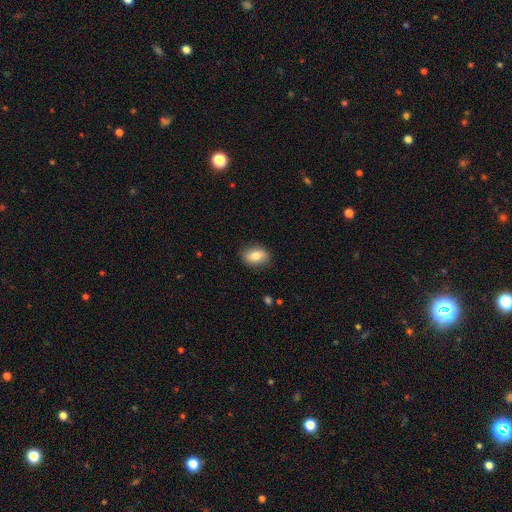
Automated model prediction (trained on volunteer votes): Smooth or featured: smooth — 80% (featured or disk — 13%)
How rounded: in between — 76% (round — 22%)
Merging: none — 85% (minor disturbance — 11%)